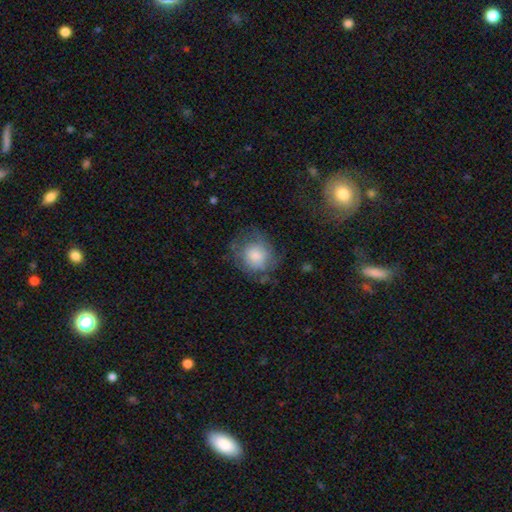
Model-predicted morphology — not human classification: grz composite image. It shows a smooth galaxy with no disk features (69%) that is round (80%). Merging: none (56%).